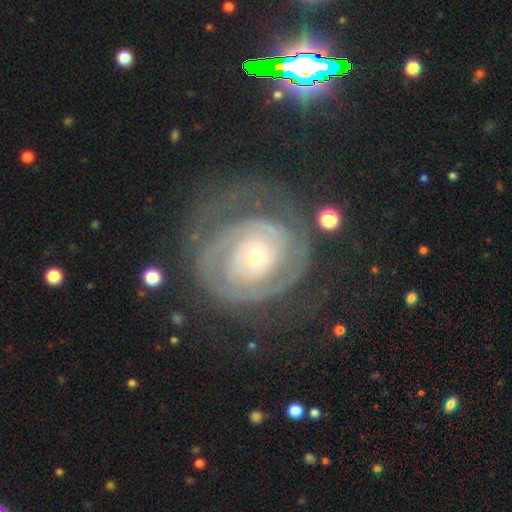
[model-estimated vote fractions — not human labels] A featured or disk galaxy (85%) with no bar (76%), 2 (40%) tight (71%) spiral arms (91%) and a moderate central bulge (47%).

Vote fractions:
- Smooth or featured? featured or disk: 85% / smooth: 9% / star or artifact: 5%
- Edge-on disk? no: 97% / yes: 3%
- Bar? no: 76% / weak: 18% / strong: 5%
- Spiral arms? yes: 91% / no: 9%
- Spiral winding? tight: 71% / medium: 21% / loose: 8%
- Spiral arm count? 2: 40% / can't tell: 26% / 1: 12% / 3: 11% / 4: 5% / more than 4: 5%
- Bulge size? moderate: 47% / small: 46% / large: 5% / dominant: 1% / none: 1%
- Merging? none: 56% / major disturbance: 24% / minor disturbance: 18% / merger: 3%